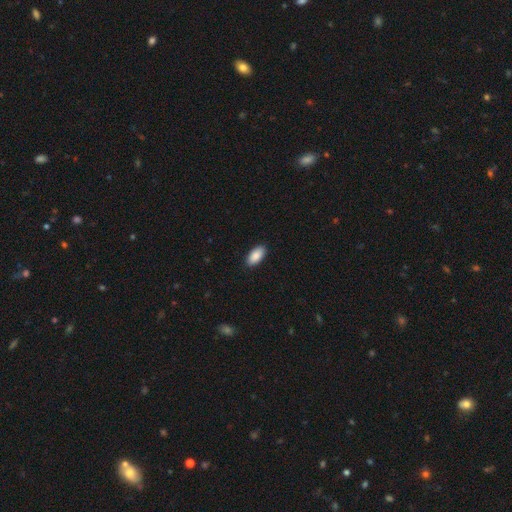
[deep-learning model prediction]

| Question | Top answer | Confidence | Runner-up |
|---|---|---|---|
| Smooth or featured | smooth | 89% | star or artifact (6%) |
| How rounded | in between | 95% | cigar-shaped (3%) |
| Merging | none | 89% | minor disturbance (8%) |